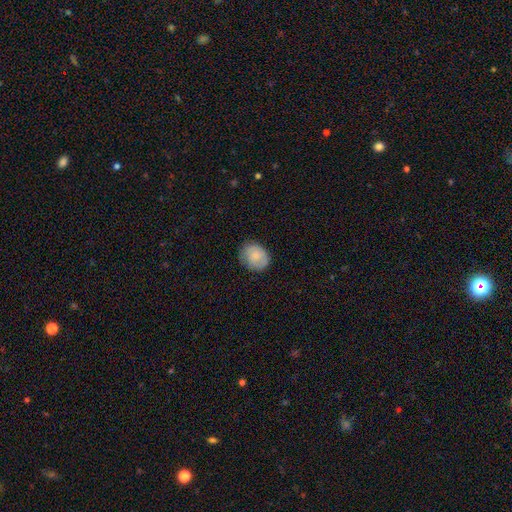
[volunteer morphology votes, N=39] Overall: smooth (82%). How rounded: in between (59%; round 41%). Merging: none (66%; minor disturbance 26%).